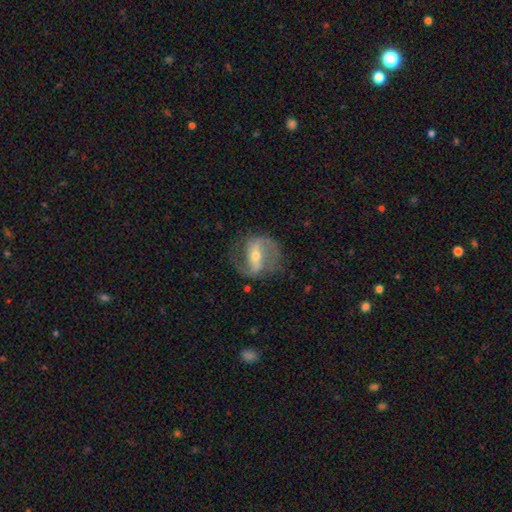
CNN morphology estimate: This is clearly a featured or disk galaxy (85%). It is clearly not viewed edge-on (95%). Bar: possibly strong (54%). Spiral arm pattern: clearly yes (92%). Spiral arm count: clearly 2 (88%). Spiral winding: possibly medium (48%). Central bulge: possibly moderate (49%). Merging: likely none (74%).